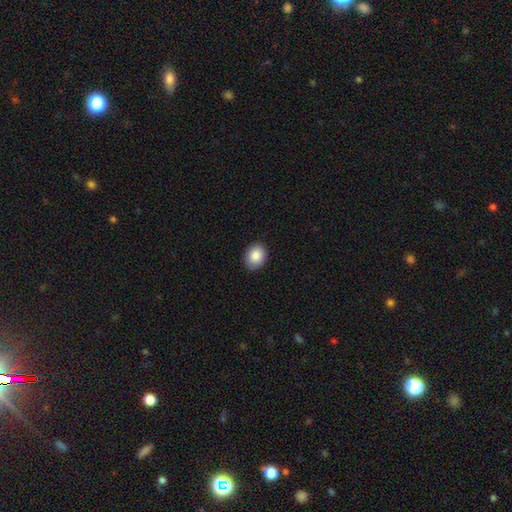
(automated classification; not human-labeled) smooth 88%, star or artifact 8%, featured or disk 5%. Down the decision tree: how rounded — in between (55%); merging — none (88%).